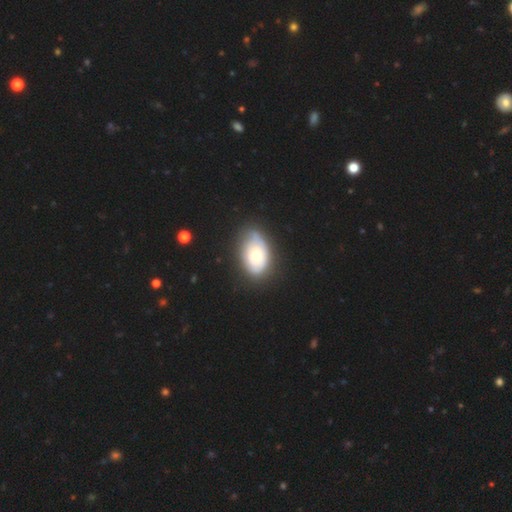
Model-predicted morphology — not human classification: This is possibly a smooth galaxy (48%). Merging: likely none (62%).